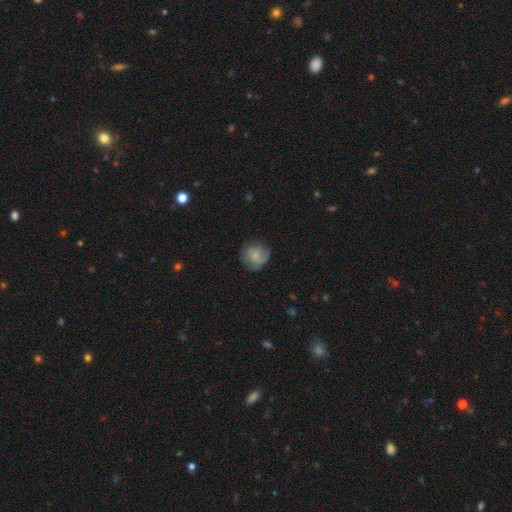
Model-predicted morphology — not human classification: A smooth galaxy with no disk features (65%) that is round (87%). Merging: none (70%).